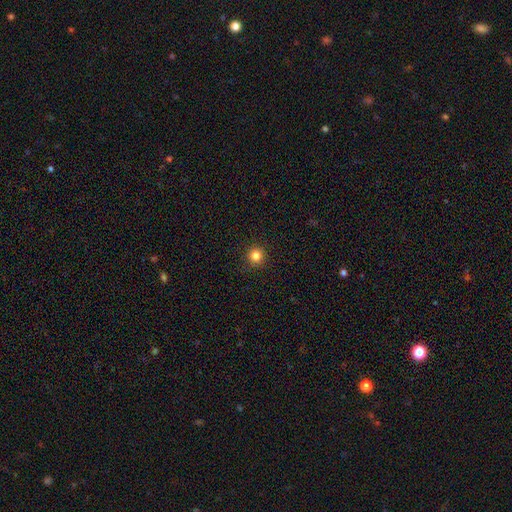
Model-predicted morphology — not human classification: Smooth or featured? smooth (83%)
How rounded? round (95%)
Merging? none (91%)